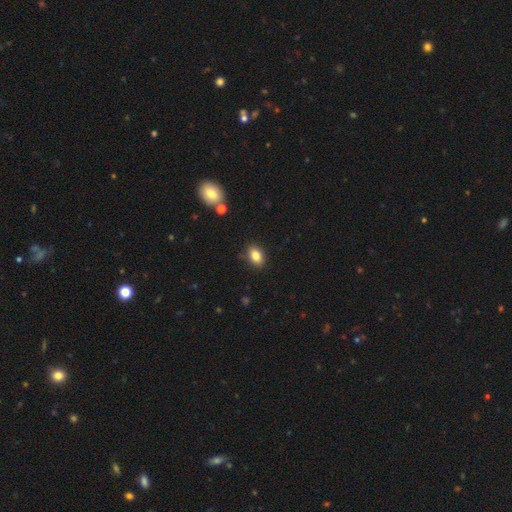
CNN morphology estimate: This is clearly a smooth galaxy (83%). How rounded: clearly in between (82%). Merging: clearly none (86%).